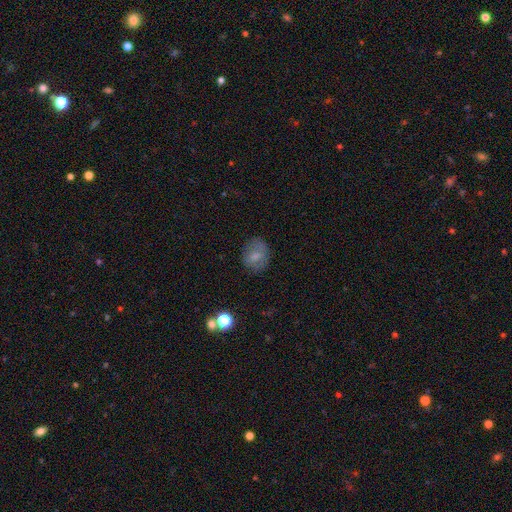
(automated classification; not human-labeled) Smooth or featured? Predicted: smooth (p=0.69). How rounded? Predicted: round (p=0.58). Merging? Predicted: none (p=0.76).